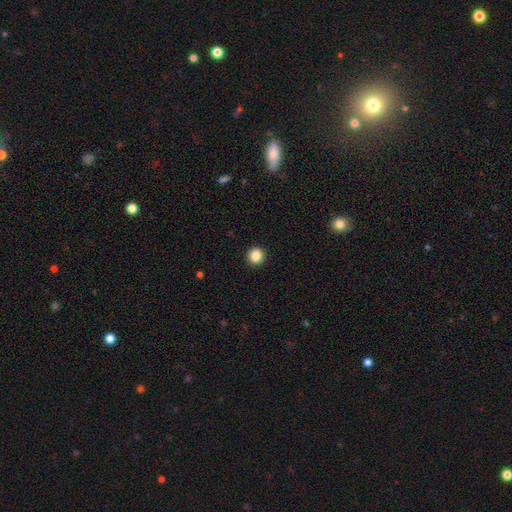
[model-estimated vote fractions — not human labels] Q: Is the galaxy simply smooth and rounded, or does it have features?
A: smooth — 86%.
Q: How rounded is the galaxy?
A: round — 95%.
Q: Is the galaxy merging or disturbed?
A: none — 94%.